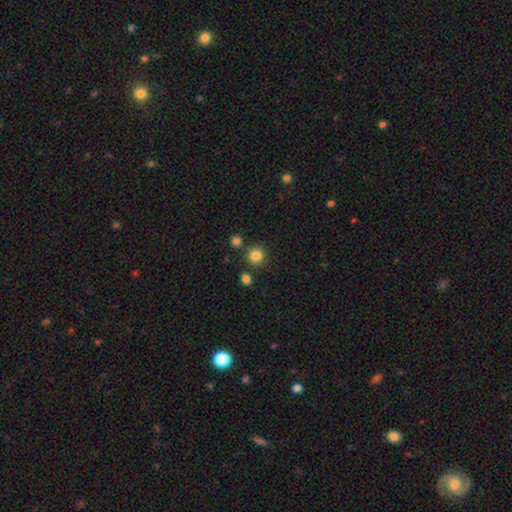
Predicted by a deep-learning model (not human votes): smooth 83%, star or artifact 12%, featured or disk 5%. Down the decision tree: how rounded — round (92%); merging — none (83%).